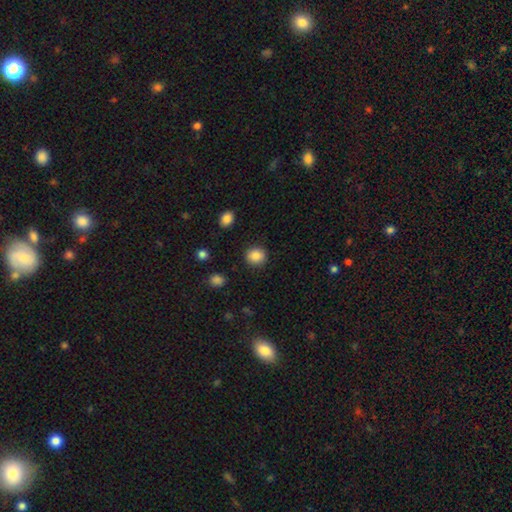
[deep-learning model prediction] Q: Smooth or featured?
A: smooth (86%); runner-up: star or artifact (9%)
Q: How rounded?
A: round (85%); runner-up: in between (14%)
Q: Merging?
A: none (90%); runner-up: minor disturbance (6%)